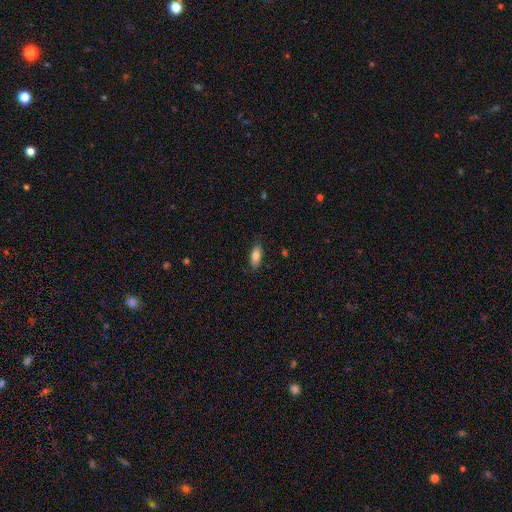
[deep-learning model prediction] Smooth or featured? smooth (79%)
How rounded? in between (77%)
Merging? none (85%)